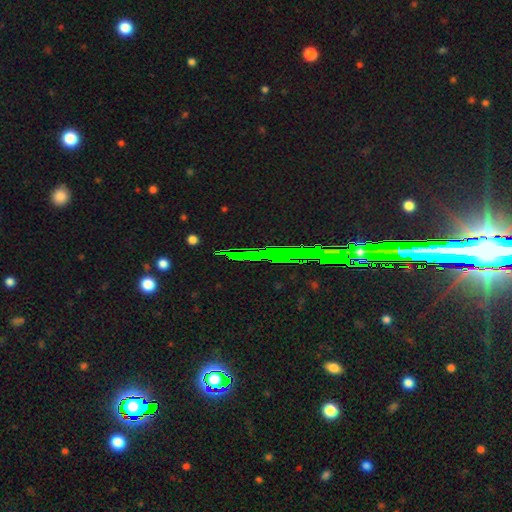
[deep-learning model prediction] The model was most divided on "smooth or featured": star or artifact: 68%, featured or disk: 17%, smooth: 14%.